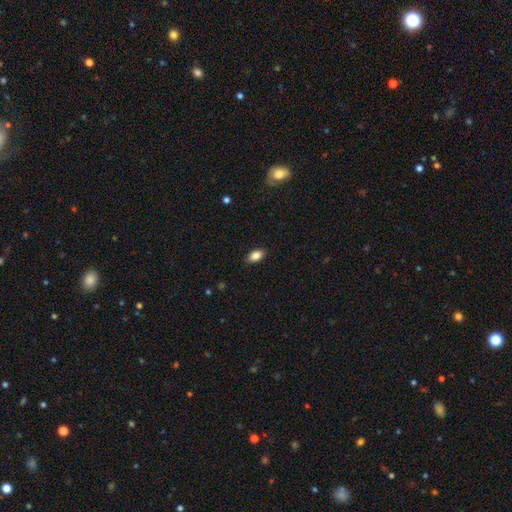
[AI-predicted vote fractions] smooth 85%, star or artifact 8%, featured or disk 6%. Down the decision tree: how rounded — in between (90%); merging — none (87%).